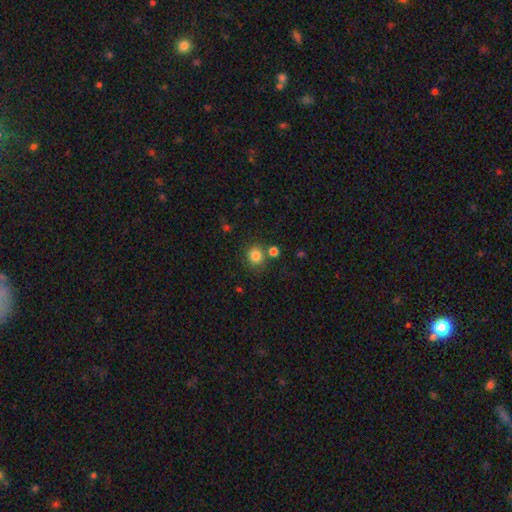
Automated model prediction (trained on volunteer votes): This is clearly a smooth galaxy (82%). How rounded: clearly round (82%). Merging: likely none (74%).